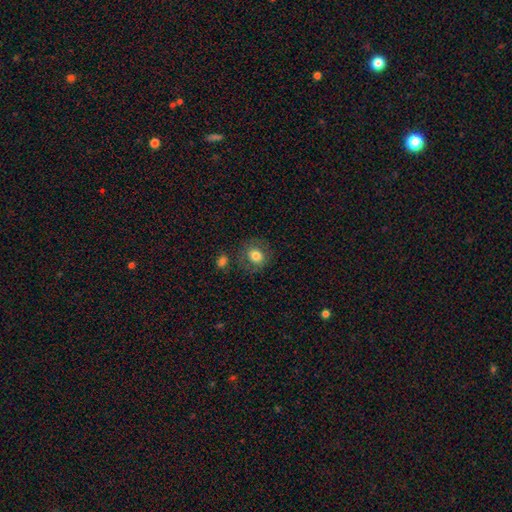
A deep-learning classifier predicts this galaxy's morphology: smooth-or-featured: smooth: 77% | featured or disk: 14% | star or artifact: 9%
  how-rounded: round: 76% | in between: 23% | cigar-shaped: 1%
  merging: none: 80% | minor disturbance: 12% | major disturbance: 5% | merger: 4%